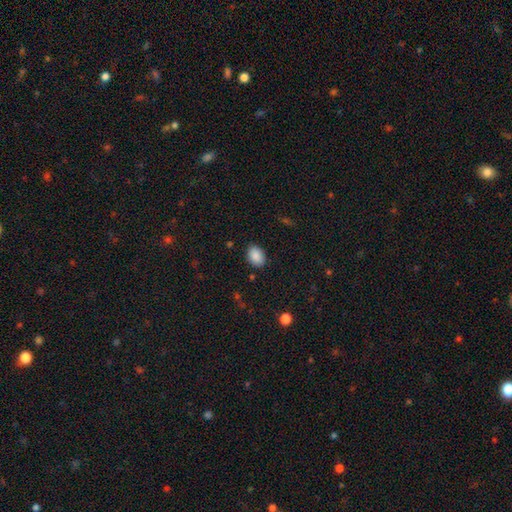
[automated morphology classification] Smooth or featured?
  - smooth: 88% *
  - star or artifact: 8%
  - featured or disk: 4%
How rounded?
  - in between: 75% *
  - round: 24%
  - cigar-shaped: 1%
Merging?
  - none: 86% *
  - minor disturbance: 10%
  - major disturbance: 2%
  - merger: 1%